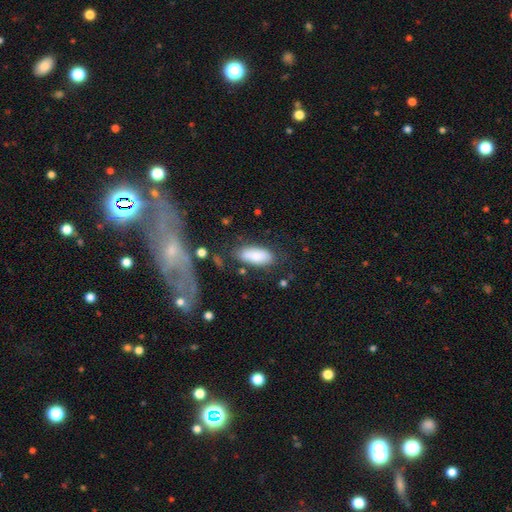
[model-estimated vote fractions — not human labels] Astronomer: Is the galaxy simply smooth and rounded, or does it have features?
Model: smooth — 84%.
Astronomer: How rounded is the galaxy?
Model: in between — 85%.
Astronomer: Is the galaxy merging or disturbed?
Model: none — 72%.